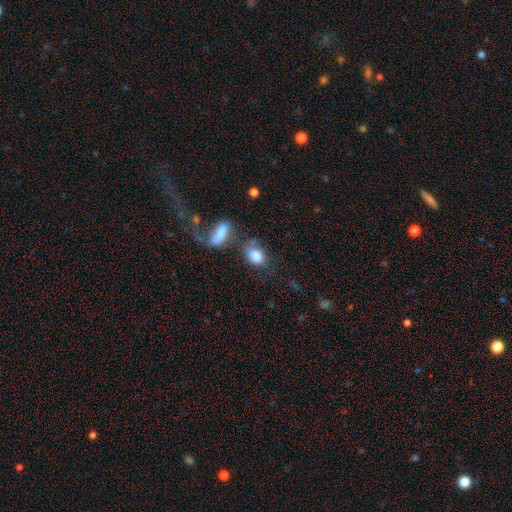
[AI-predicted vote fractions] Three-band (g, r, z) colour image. It shows a smooth galaxy with no disk features (83%) that is in between round and cigar-shaped (76%). Merging: none (48%).